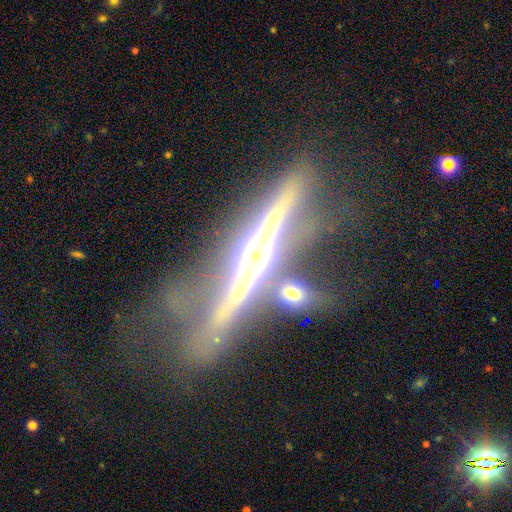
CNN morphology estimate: Q: Smooth or featured?
A: featured or disk (86%); runner-up: smooth (8%)
Q: Edge-on disk?
A: yes (94%); runner-up: no (6%)
Q: Edge-on bulge?
A: rounded (80%); runner-up: boxy (12%)
Q: Merging?
A: none (47%); runner-up: merger (19%)